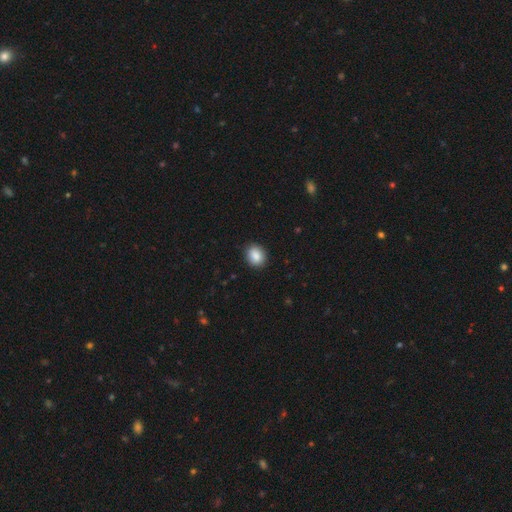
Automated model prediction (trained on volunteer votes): smooth_or_featured: smooth (p=0.88) [alt: star or artifact p=0.08]
how_rounded: round (p=0.50) [alt: in between p=0.49]
merging: none (p=0.88) [alt: minor disturbance p=0.09]